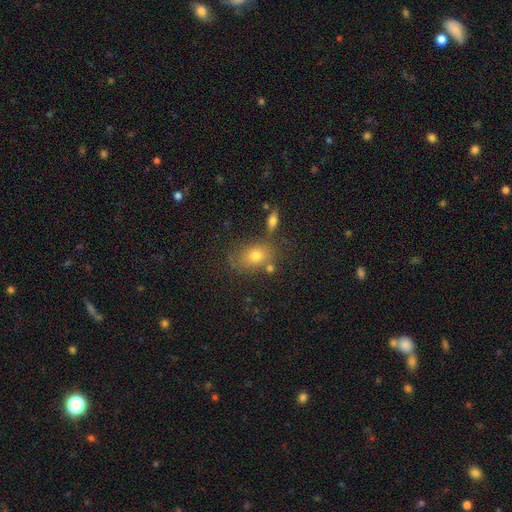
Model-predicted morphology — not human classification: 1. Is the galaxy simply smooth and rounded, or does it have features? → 70% smooth, 15% featured or disk, 14% star or artifact.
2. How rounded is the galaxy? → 68% in between, 31% round, 2% cigar-shaped.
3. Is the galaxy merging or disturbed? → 64% none, 18% minor disturbance, 11% merger, 7% major disturbance.